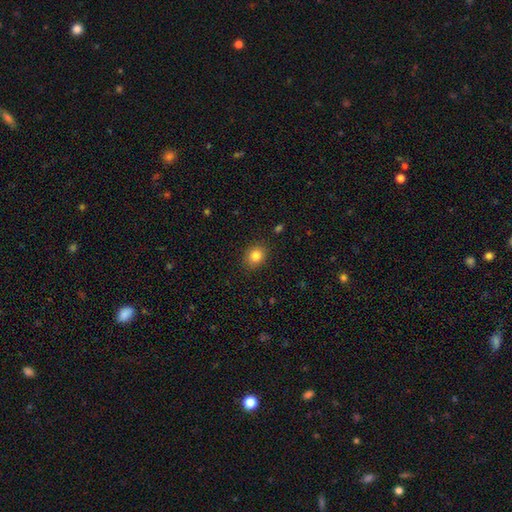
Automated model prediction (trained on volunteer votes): Smooth or featured? smooth (83%)
How rounded? round (57%)
Merging? none (88%)